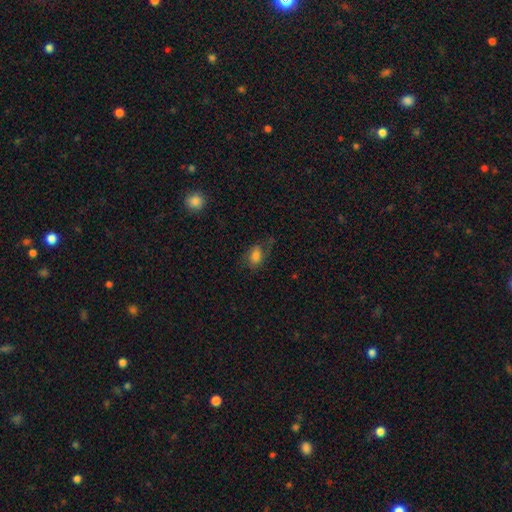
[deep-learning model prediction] smooth 77%, featured or disk 12%, star or artifact 11%. Down the decision tree: how rounded — in between (82%); merging — none (57%).